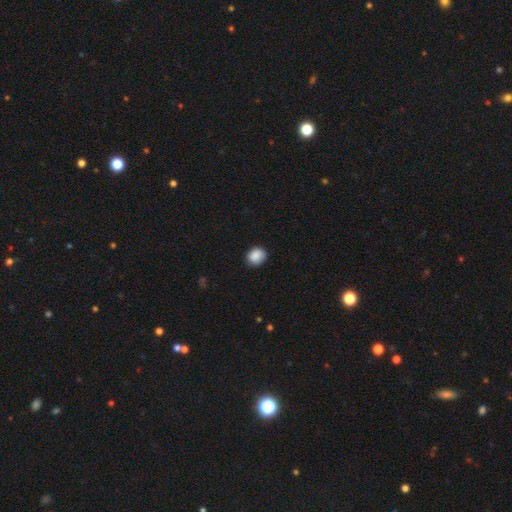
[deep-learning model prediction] smooth-or-featured: smooth: 88% | star or artifact: 8% | featured or disk: 5%
  how-rounded: round: 74% | in between: 25% | cigar-shaped: 1%
  merging: none: 80% | minor disturbance: 16% | major disturbance: 3% | merger: 1%